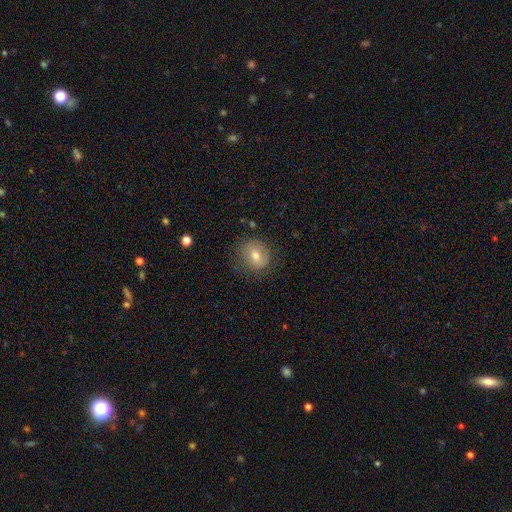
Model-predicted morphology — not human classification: A smooth galaxy with no disk features (62%) that is round (70%). Merging: none (78%).